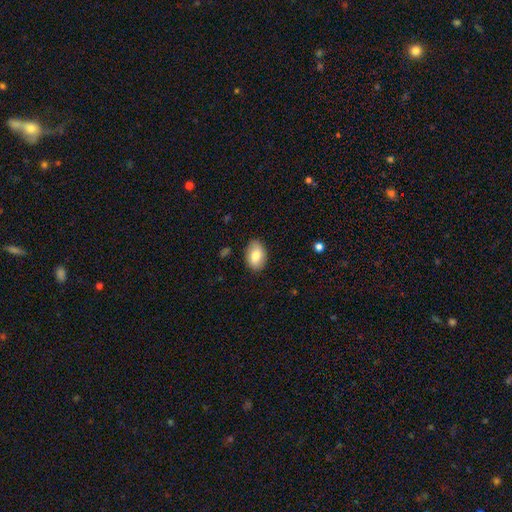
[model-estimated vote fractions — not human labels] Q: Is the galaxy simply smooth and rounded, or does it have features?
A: smooth — 80%.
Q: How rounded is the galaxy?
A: in between — 89%.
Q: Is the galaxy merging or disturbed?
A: none — 86%.